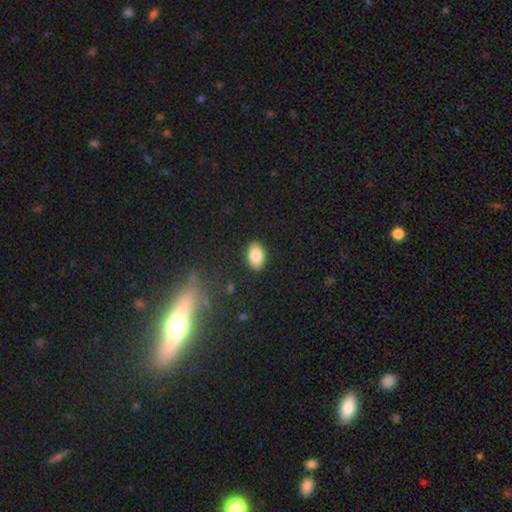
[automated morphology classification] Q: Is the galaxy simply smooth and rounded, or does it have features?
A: smooth — 84%.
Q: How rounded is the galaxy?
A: in between — 89%.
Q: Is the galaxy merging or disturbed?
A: none — 89%.